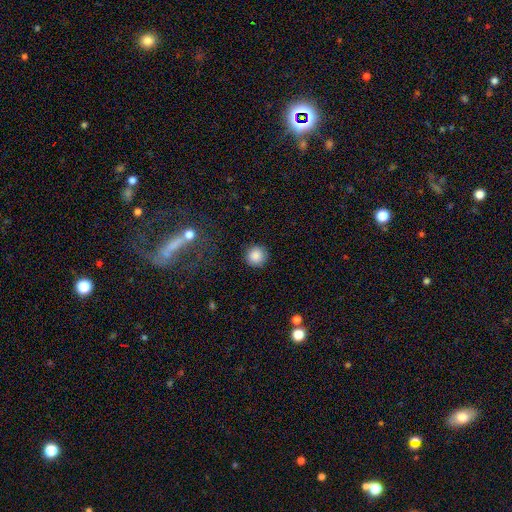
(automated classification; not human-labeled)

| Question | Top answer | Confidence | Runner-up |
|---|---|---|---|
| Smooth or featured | smooth | 87% | star or artifact (9%) |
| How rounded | round | 95% | in between (4%) |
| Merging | none | 91% | minor disturbance (6%) |